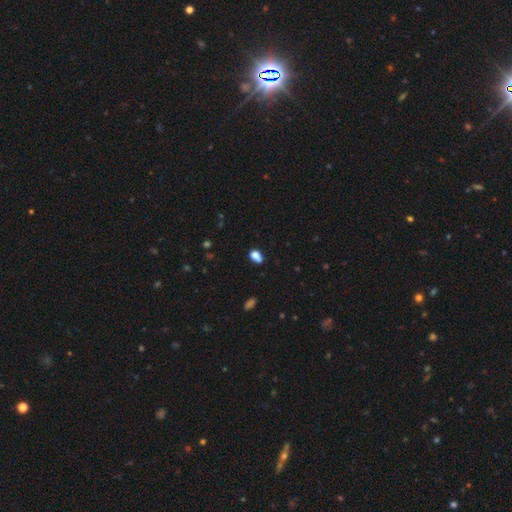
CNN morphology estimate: Smooth or featured: smooth — 79% (star or artifact — 12%)
How rounded: in between — 78% (round — 19%)
Merging: none — 53% (minor disturbance — 24%)